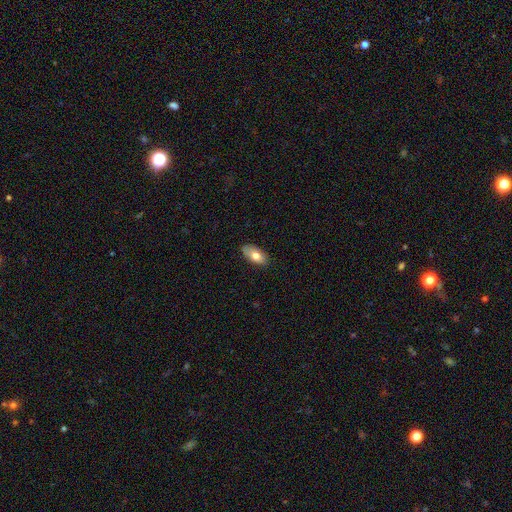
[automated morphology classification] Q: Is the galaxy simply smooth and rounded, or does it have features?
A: smooth — 76%.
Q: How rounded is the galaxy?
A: in between — 91%.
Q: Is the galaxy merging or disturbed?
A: none — 82%.